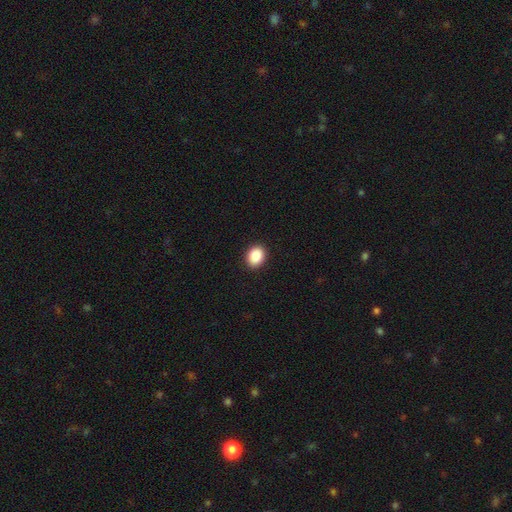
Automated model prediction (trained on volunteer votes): Q: Smooth or featured?
A: smooth (89%); runner-up: star or artifact (8%)
Q: How rounded?
A: in between (61%); runner-up: round (38%)
Q: Merging?
A: none (91%); runner-up: minor disturbance (6%)